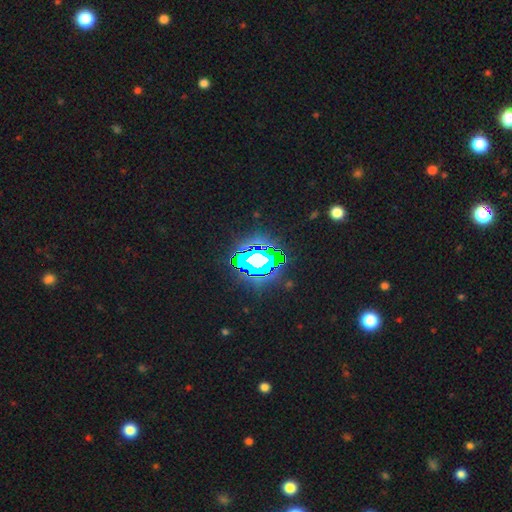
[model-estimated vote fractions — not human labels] smooth_or_featured: star or artifact (p=0.71) [alt: smooth p=0.15]